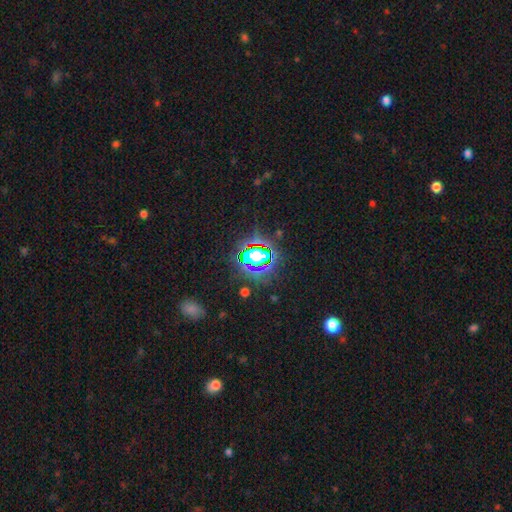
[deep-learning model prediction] smooth_or_featured: star or artifact (p=0.69) [alt: smooth p=0.20]